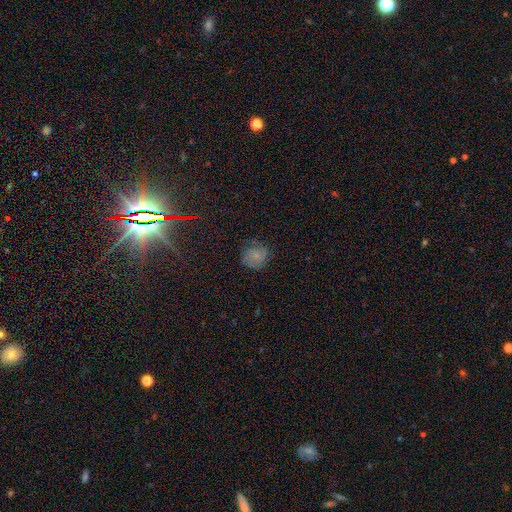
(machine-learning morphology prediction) The model was most divided on "smooth or featured": smooth: 55%, featured or disk: 31%, star or artifact: 14%. More confident: how rounded — round (83%); merging — none (70%).